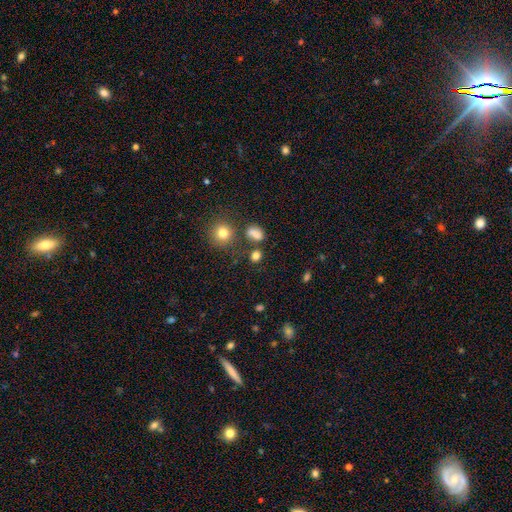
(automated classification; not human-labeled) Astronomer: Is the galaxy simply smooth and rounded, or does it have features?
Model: smooth — 80%.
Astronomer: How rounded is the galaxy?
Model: round — 55% (runner-up: in between, 44%).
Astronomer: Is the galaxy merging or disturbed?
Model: none — 69%.